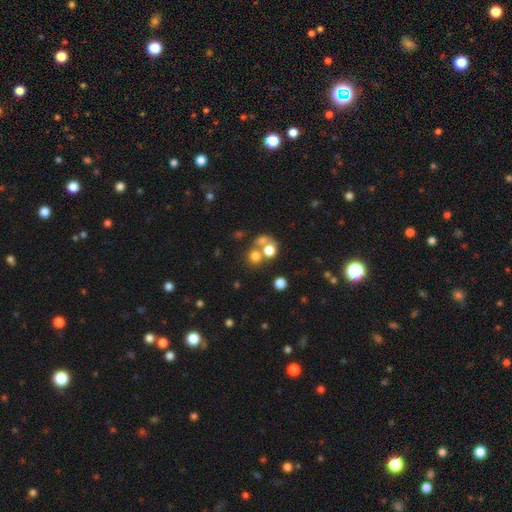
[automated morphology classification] Smooth or featured? smooth (68%)
How rounded? round (84%)
Merging? none (50%)